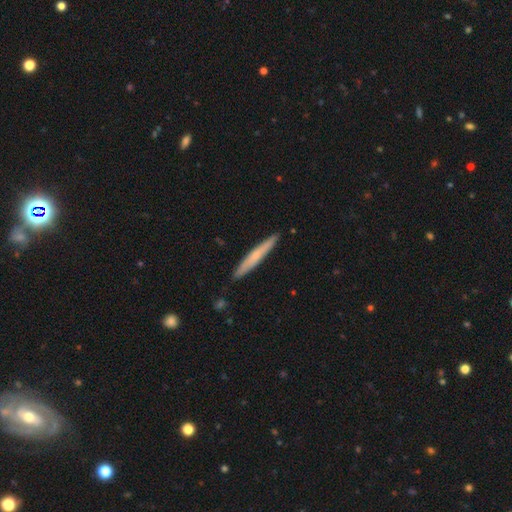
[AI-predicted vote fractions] Smooth or featured?
  - smooth: 53% *
  - featured or disk: 41%
  - star or artifact: 5%
How rounded?
  - cigar-shaped: 96% *
  - in between: 3%
  - round: 1%
Merging?
  - none: 90% *
  - minor disturbance: 7%
  - major disturbance: 1%
  - merger: 1%